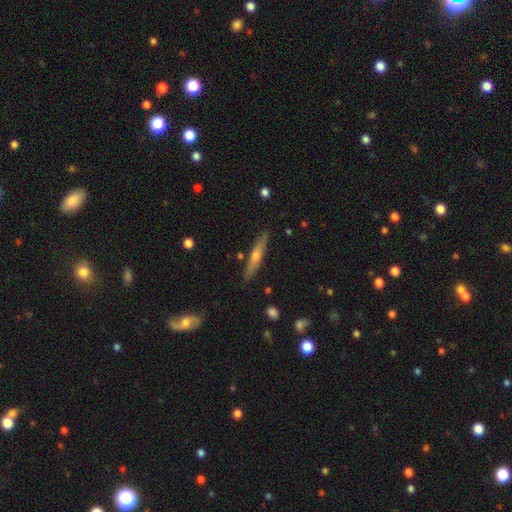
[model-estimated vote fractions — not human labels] A featured or disk galaxy (60%) viewed edge-on (96%) with a rounded central bulge (81%). Merging: none (88%).